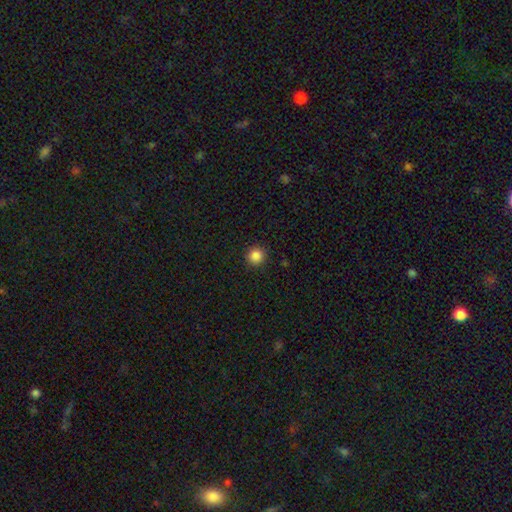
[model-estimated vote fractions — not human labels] A smooth galaxy with no disk features (86%) that is round (95%).

Vote fractions:
- Smooth or featured? smooth: 86% / star or artifact: 11% / featured or disk: 3%
- How rounded? round: 95% / in between: 4% / cigar-shaped: 1%
- Merging? none: 92% / minor disturbance: 5% / major disturbance: 2% / merger: 1%